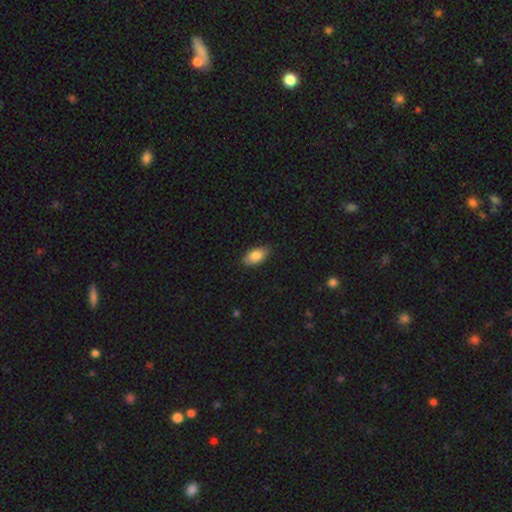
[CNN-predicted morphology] smooth-or-featured: smooth: 82% | featured or disk: 11% | star or artifact: 7%
  how-rounded: in between: 92% | round: 4% | cigar-shaped: 4%
  merging: none: 84% | minor disturbance: 13% | major disturbance: 2% | merger: 1%